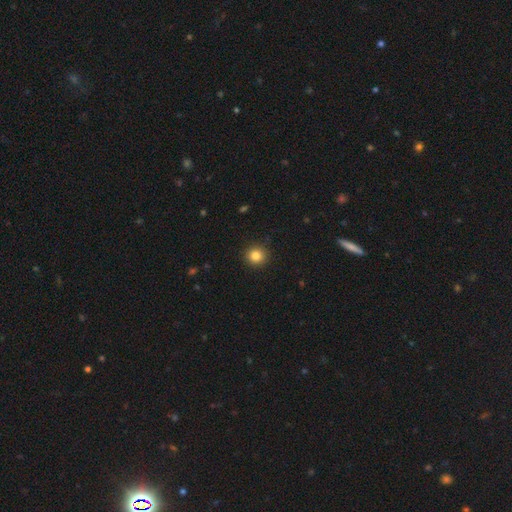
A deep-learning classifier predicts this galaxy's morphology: This is clearly a smooth galaxy (84%). How rounded: clearly round (93%). Merging: clearly none (92%).